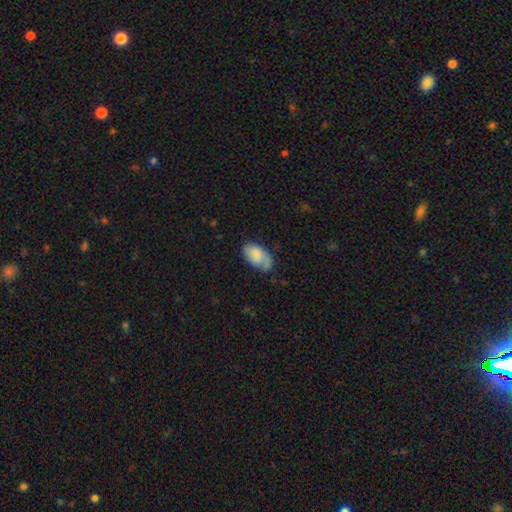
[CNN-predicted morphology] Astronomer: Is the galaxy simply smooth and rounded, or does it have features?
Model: smooth — 73%.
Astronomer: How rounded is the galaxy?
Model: in between — 94%.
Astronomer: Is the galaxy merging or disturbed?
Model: none — 61%.